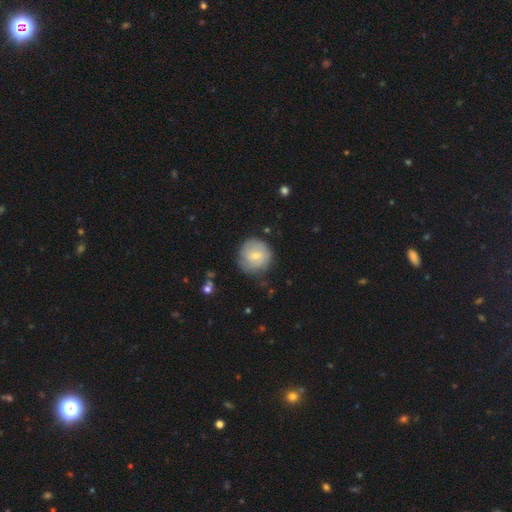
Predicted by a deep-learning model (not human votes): Morphology: type=smooth (50%); roundness=round (92%); merging=none (77%).